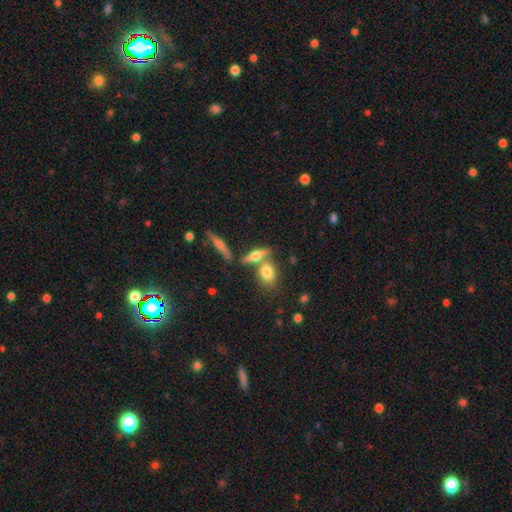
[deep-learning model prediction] Morphology: type=smooth (54%); roundness=in between (54%); merging=none (58%).